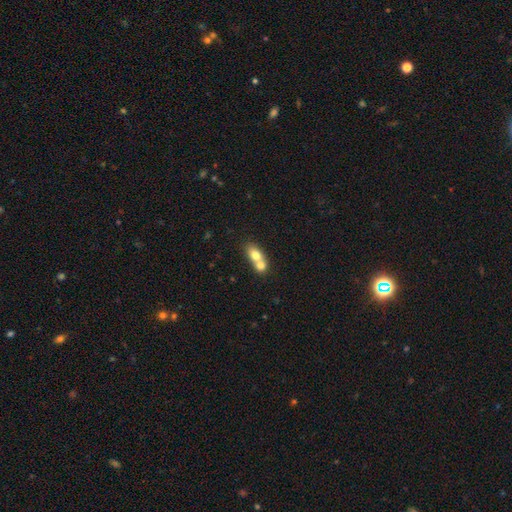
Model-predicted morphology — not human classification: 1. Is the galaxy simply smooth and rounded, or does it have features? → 71% smooth, 21% featured or disk, 8% star or artifact.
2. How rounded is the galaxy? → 65% in between, 31% round, 4% cigar-shaped.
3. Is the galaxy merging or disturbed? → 69% merger, 22% none, 6% minor disturbance, 3% major disturbance.